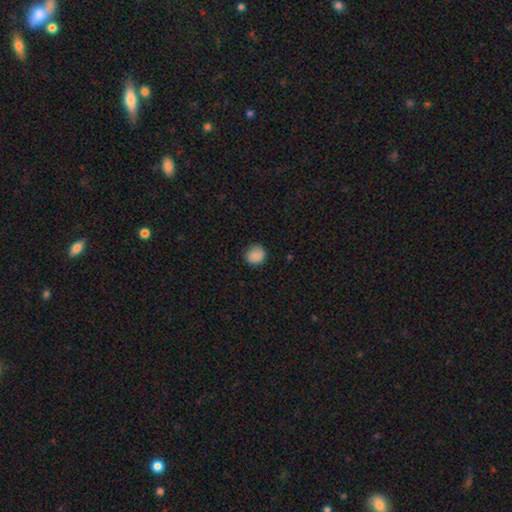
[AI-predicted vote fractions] Smooth or featured? smooth (87%)
How rounded? round (82%)
Merging? none (79%)